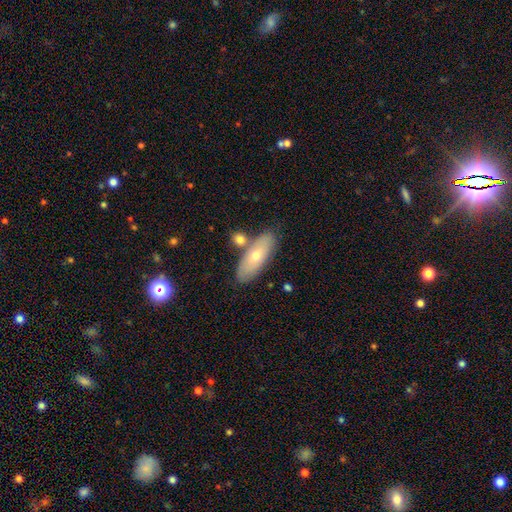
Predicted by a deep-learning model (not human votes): Morphology: type=smooth (62%); roundness=in between (69%); merging=none (72%).